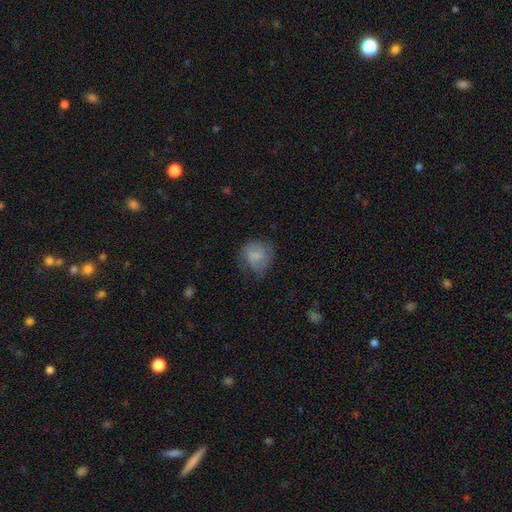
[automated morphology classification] Smooth or featured?
  - smooth: 74% *
  - featured or disk: 17%
  - star or artifact: 9%
How rounded?
  - round: 76% *
  - in between: 23%
  - cigar-shaped: 1%
Merging?
  - none: 53% *
  - minor disturbance: 31%
  - major disturbance: 15%
  - merger: 2%